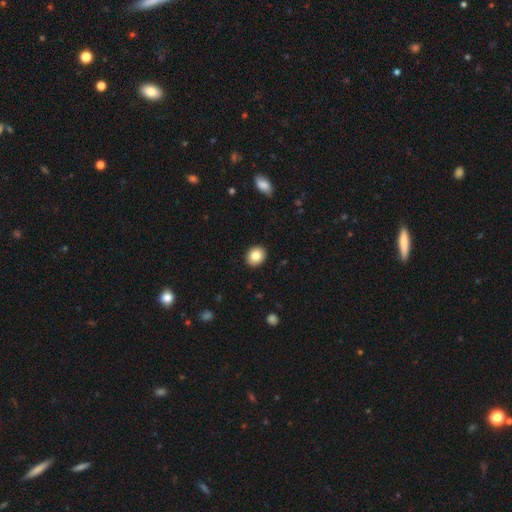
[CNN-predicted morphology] smooth-or-featured: smooth: 83% | star or artifact: 9% | featured or disk: 8%
  how-rounded: round: 70% | in between: 29% | cigar-shaped: 1%
  merging: none: 92% | minor disturbance: 6% | major disturbance: 2% | merger: 1%